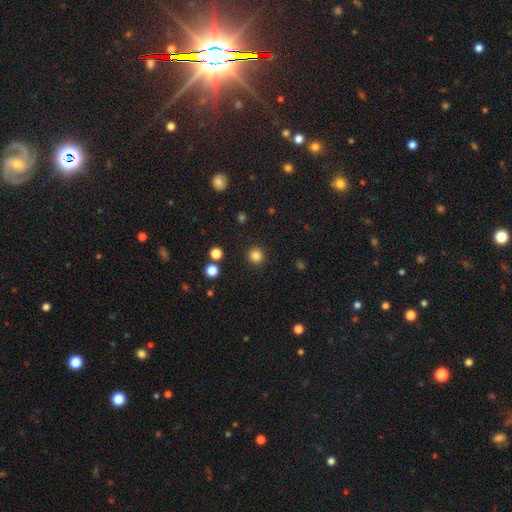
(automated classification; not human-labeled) smooth-or-featured: smooth: 84% | star or artifact: 12% | featured or disk: 4%
  how-rounded: round: 93% | in between: 6% | cigar-shaped: 1%
  merging: none: 91% | minor disturbance: 5% | major disturbance: 2% | merger: 1%